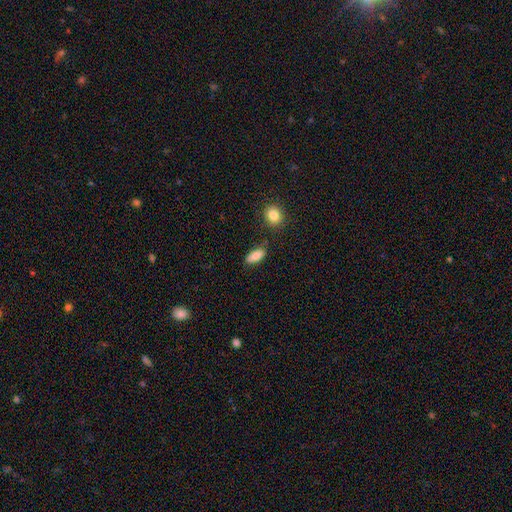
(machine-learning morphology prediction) Q: Smooth or featured?
A: smooth (85%); runner-up: star or artifact (8%)
Q: How rounded?
A: in between (84%); runner-up: cigar-shaped (12%)
Q: Merging?
A: none (75%); runner-up: minor disturbance (16%)